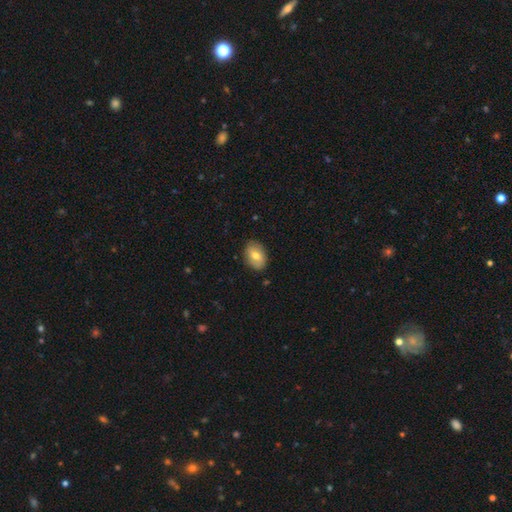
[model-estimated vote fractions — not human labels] Overall: smooth (68%). How rounded: in between (85%). Merging: none (85%).